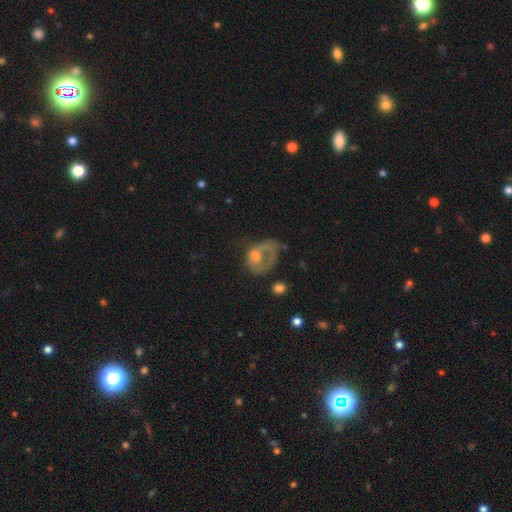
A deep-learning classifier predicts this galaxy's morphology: Overall: featured or disk (50%; smooth 38%). Edge-on disk: no (97%). Merging: major disturbance (51%; none 26%).